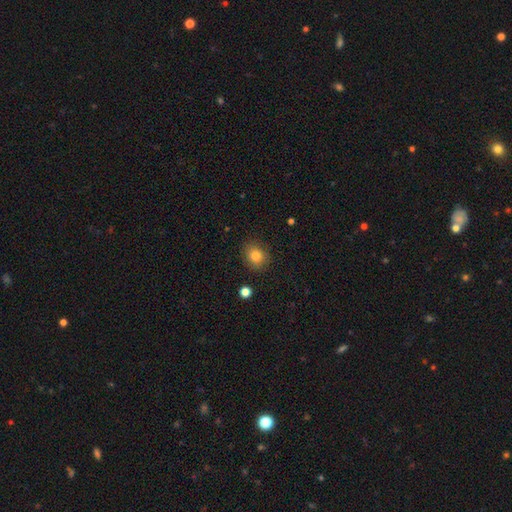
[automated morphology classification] Smooth or featured: smooth — 85% (star or artifact — 10%)
How rounded: round — 68% (in between — 31%)
Merging: none — 84% (minor disturbance — 11%)